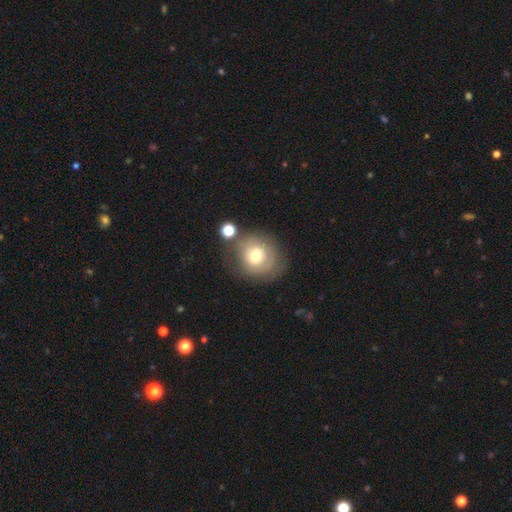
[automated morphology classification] A smooth galaxy with no disk features (59%) that is round (82%). Merging: none (64%).